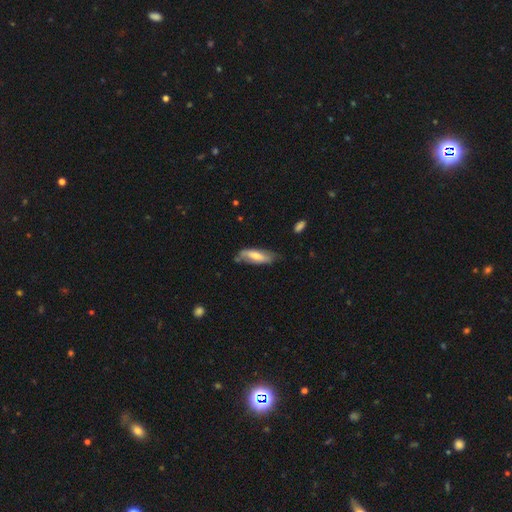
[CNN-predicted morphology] Smooth or featured: smooth — 57% (featured or disk — 37%)
How rounded: in between — 56% (cigar-shaped — 42%)
Merging: none — 55% (minor disturbance — 32%)